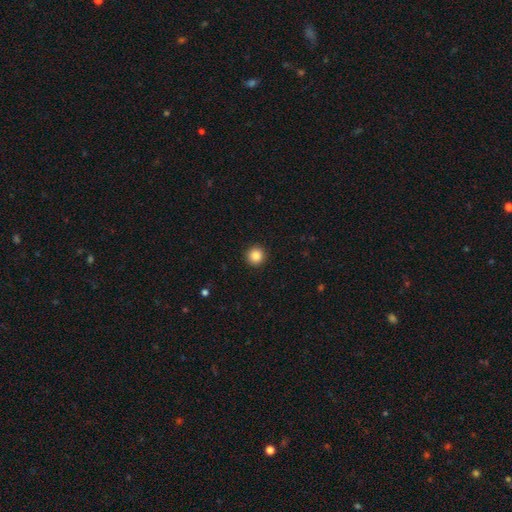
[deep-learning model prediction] Smooth or featured?
  - smooth: 86% *
  - star or artifact: 10%
  - featured or disk: 4%
How rounded?
  - round: 95% *
  - in between: 4%
  - cigar-shaped: 1%
Merging?
  - none: 93% *
  - minor disturbance: 4%
  - major disturbance: 2%
  - merger: 1%